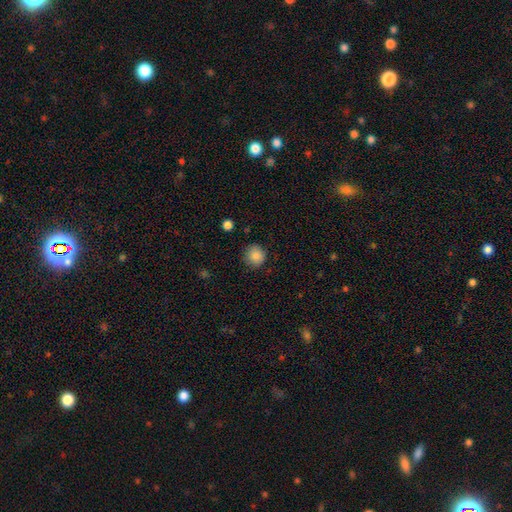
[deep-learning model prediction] Smooth or featured: smooth — 86% (star or artifact — 9%)
How rounded: round — 90% (in between — 9%)
Merging: none — 85% (minor disturbance — 11%)